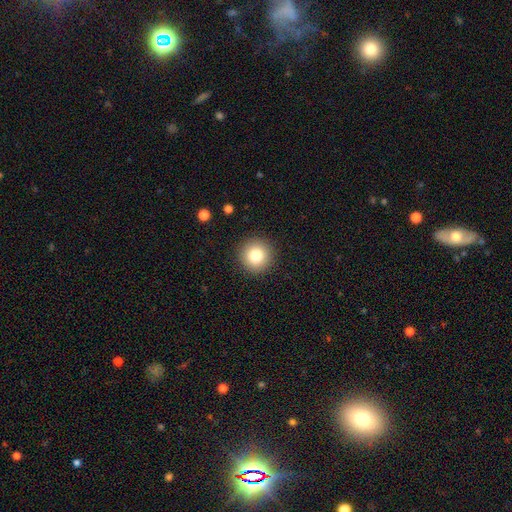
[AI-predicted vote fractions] This is clearly a smooth galaxy (81%). How rounded: clearly round (95%). Merging: clearly none (92%).